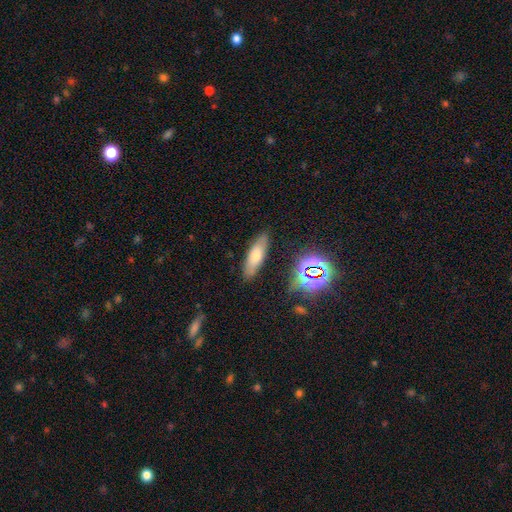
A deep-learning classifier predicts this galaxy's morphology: A smooth galaxy with no disk features (61%) that is in between round and cigar-shaped (49%). Merging: none (83%).